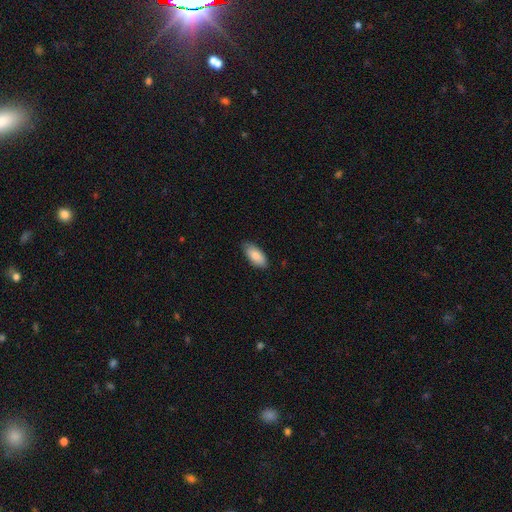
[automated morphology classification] Smooth or featured? smooth (87%)
How rounded? in between (89%)
Merging? none (83%)